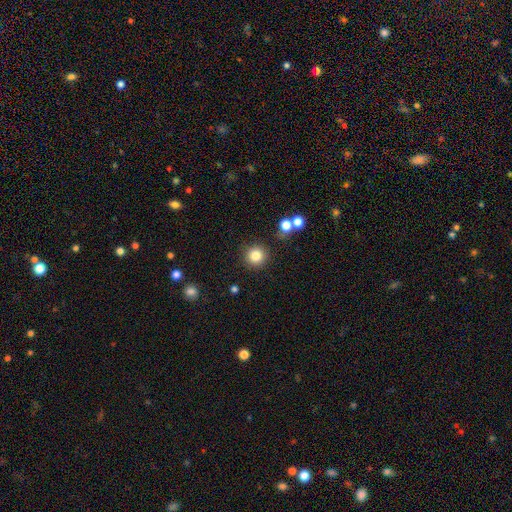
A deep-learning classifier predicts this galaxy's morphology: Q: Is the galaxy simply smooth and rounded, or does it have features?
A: smooth — 83%.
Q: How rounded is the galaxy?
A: round — 94%.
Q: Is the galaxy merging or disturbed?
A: none — 88%.